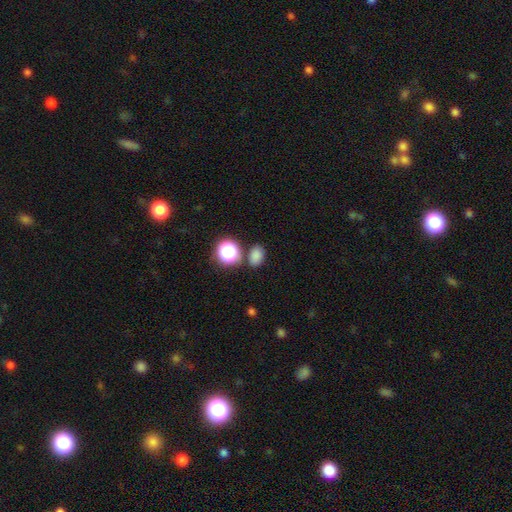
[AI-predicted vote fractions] Overall: smooth (79%). How rounded: in between (66%; round 32%). Merging: none (76%).